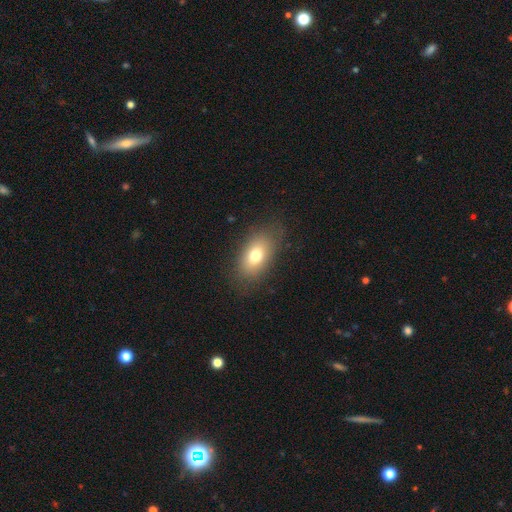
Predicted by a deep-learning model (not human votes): This appears to be a smooth galaxy with no disk features (75%) that is in between round and cigar-shaped (88%). Merging: none (81%).